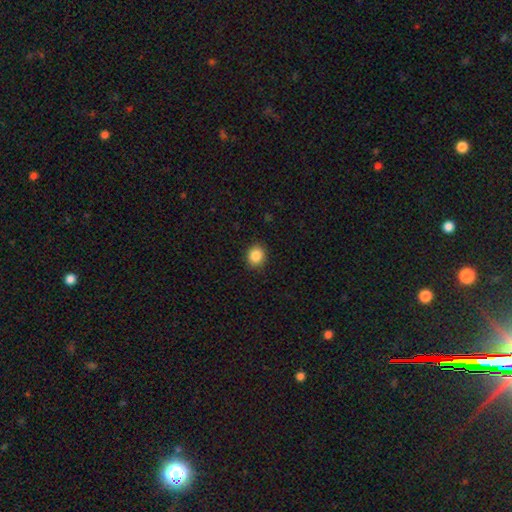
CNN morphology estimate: A smooth galaxy with no disk features (87%) that is round (77%).

Vote fractions:
- Smooth or featured? smooth: 87% / star or artifact: 10% / featured or disk: 4%
- How rounded? round: 77% / in between: 22% / cigar-shaped: 1%
- Merging? none: 90% / minor disturbance: 7% / major disturbance: 2% / merger: 1%